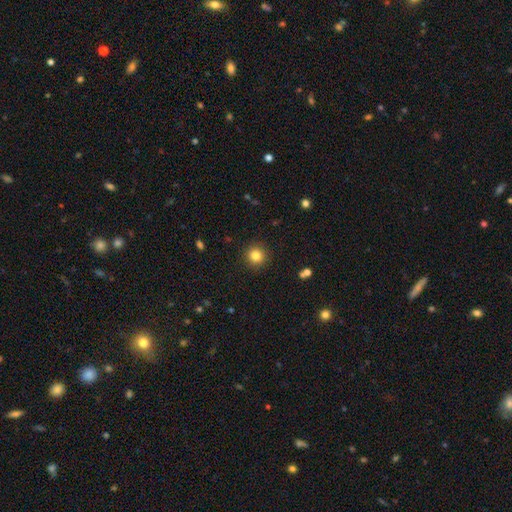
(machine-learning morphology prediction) smooth 83%, star or artifact 12%, featured or disk 6%. Down the decision tree: how rounded — round (94%); merging — none (92%).